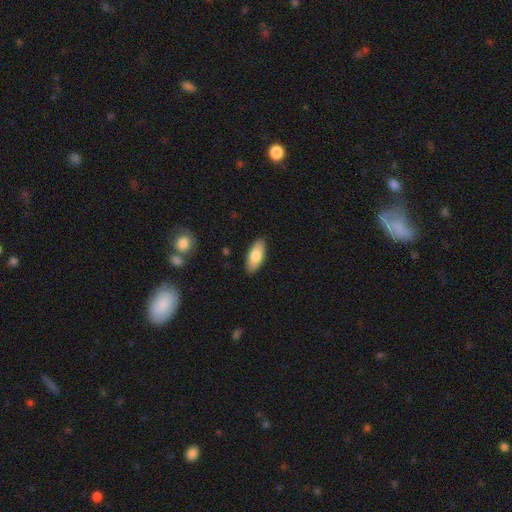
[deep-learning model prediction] Smooth or featured? Predicted: smooth (p=0.78). How rounded? Predicted: in between (p=0.82). Merging? Predicted: none (p=0.88).